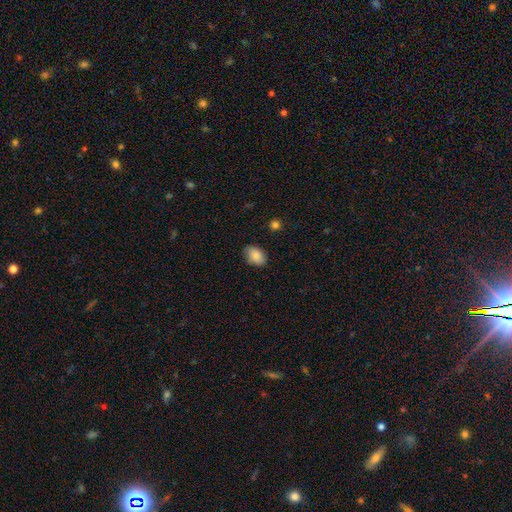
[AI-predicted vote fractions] Q: Smooth or featured?
A: smooth (87%); runner-up: star or artifact (7%)
Q: How rounded?
A: in between (84%); runner-up: round (15%)
Q: Merging?
A: none (83%); runner-up: minor disturbance (14%)